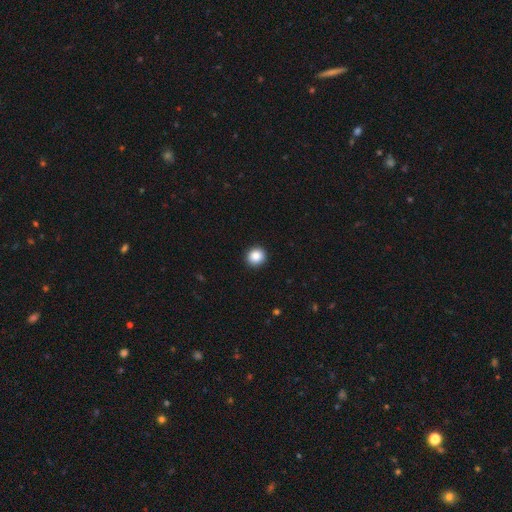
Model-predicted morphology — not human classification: Smooth or featured: smooth — 87% (star or artifact — 9%)
How rounded: round — 91% (in between — 8%)
Merging: none — 93% (minor disturbance — 5%)